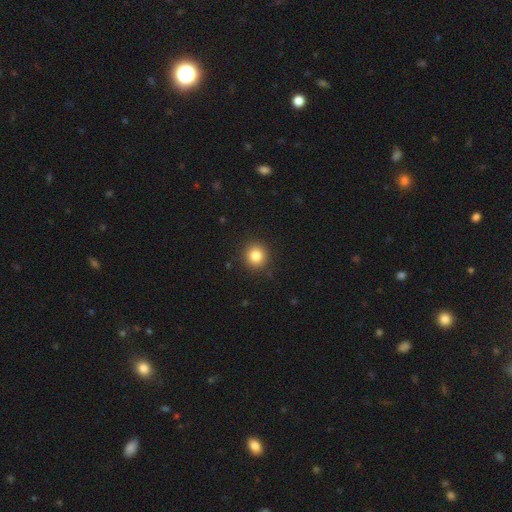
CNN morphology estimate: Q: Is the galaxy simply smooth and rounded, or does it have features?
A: smooth — 83%.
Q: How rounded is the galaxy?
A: round — 91%.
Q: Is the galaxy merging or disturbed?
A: none — 91%.